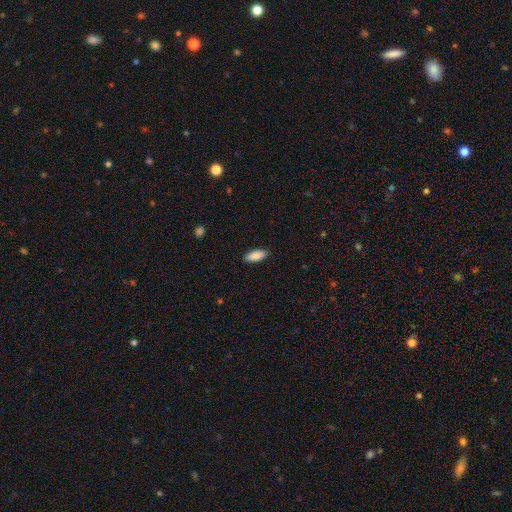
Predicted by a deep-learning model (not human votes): A smooth galaxy with no disk features (87%) that is in between round and cigar-shaped (81%).

Vote fractions:
- Smooth or featured? smooth: 87% / featured or disk: 7% / star or artifact: 6%
- How rounded? in between: 81% / cigar-shaped: 17% / round: 2%
- Merging? none: 88% / minor disturbance: 9% / major disturbance: 2% / merger: 1%